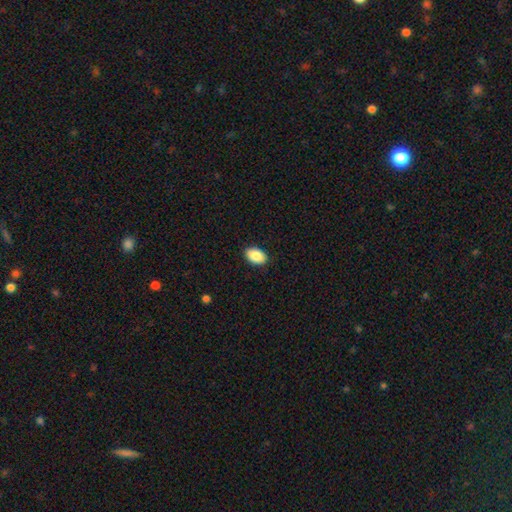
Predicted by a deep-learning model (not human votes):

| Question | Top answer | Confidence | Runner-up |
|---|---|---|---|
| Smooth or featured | smooth | 88% | star or artifact (7%) |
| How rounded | in between | 90% | round (9%) |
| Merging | none | 89% | minor disturbance (8%) |